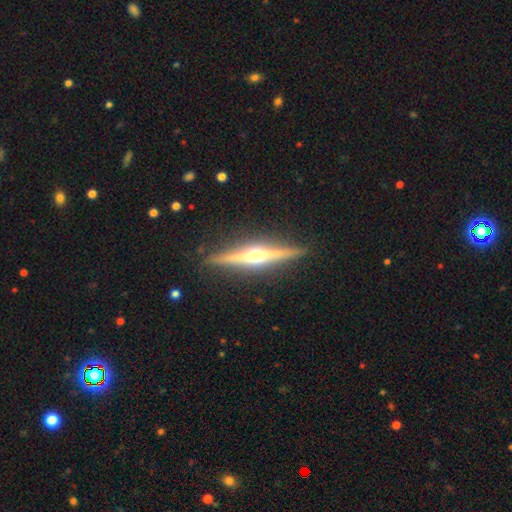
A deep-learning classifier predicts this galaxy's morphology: Smooth or featured? Predicted: featured or disk (p=0.78). Edge-on disk? Predicted: yes (p=0.98). Edge-on bulge? Predicted: rounded (p=0.93). Merging? Predicted: none (p=0.90).